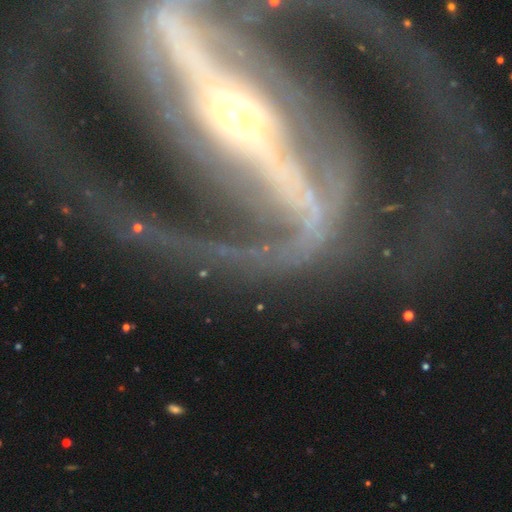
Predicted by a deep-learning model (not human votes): Smooth or featured? Predicted: featured or disk (p=0.85). Edge-on disk? Predicted: no (p=0.88). Bar? Predicted: strong (p=0.68). Spiral arms? Predicted: yes (p=0.78). Spiral winding? Predicted: loose (p=0.38). Spiral arm count? Predicted: 2 (p=0.65). Bulge size? Predicted: small (p=0.44). Merging? Predicted: none (p=0.43).